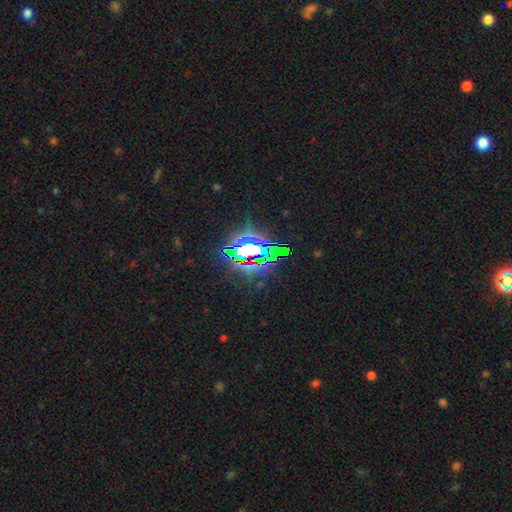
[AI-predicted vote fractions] Smooth or featured: star or artifact — 77% (smooth — 12%)